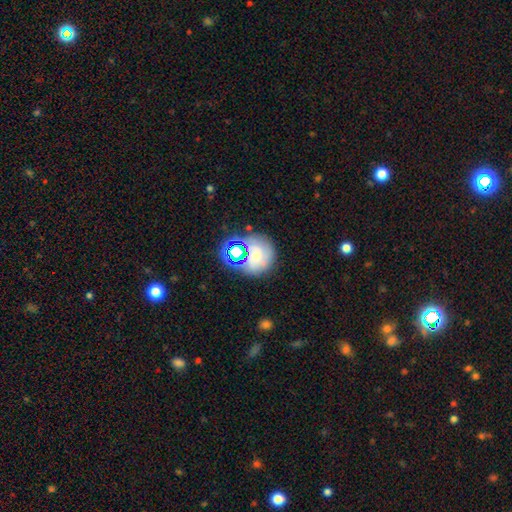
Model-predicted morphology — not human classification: smooth_or_featured: smooth (p=0.49) [alt: featured or disk p=0.28]
merging: none (p=0.60) [alt: minor disturbance p=0.16]